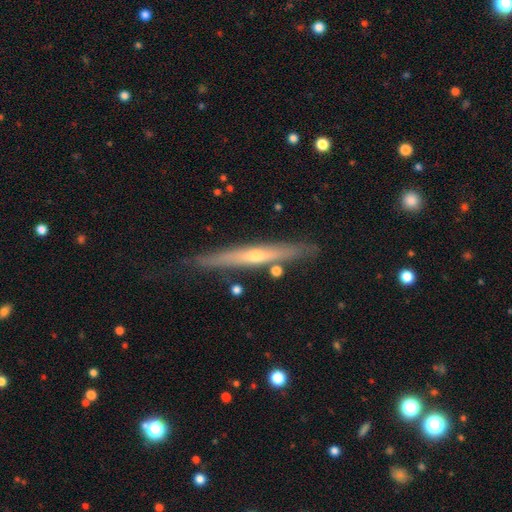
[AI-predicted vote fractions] smooth_or_featured: featured or disk (p=0.73) [alt: smooth p=0.22]
disk_edge_on: yes (p=0.95) [alt: no p=0.05]
edge_on_bulge: rounded (p=0.75) [alt: none p=0.23]
merging: none (p=0.83) [alt: minor disturbance p=0.12]